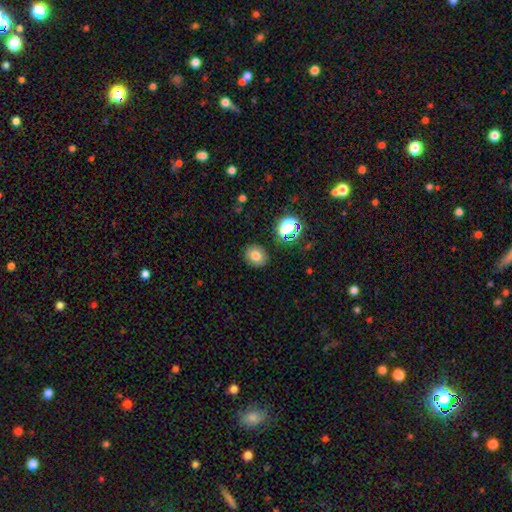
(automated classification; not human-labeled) Q: Smooth or featured?
A: smooth (73%); runner-up: star or artifact (14%)
Q: How rounded?
A: round (69%); runner-up: in between (30%)
Q: Merging?
A: none (87%); runner-up: minor disturbance (9%)